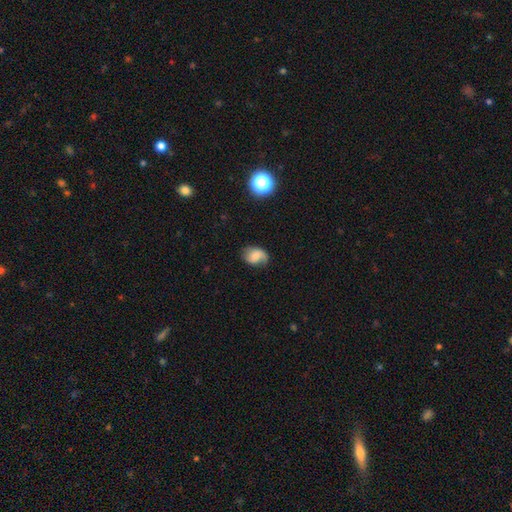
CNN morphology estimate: Q: Smooth or featured?
A: smooth (57%); runner-up: featured or disk (32%)
Q: How rounded?
A: in between (65%); runner-up: round (34%)
Q: Merging?
A: none (48%); runner-up: minor disturbance (32%)